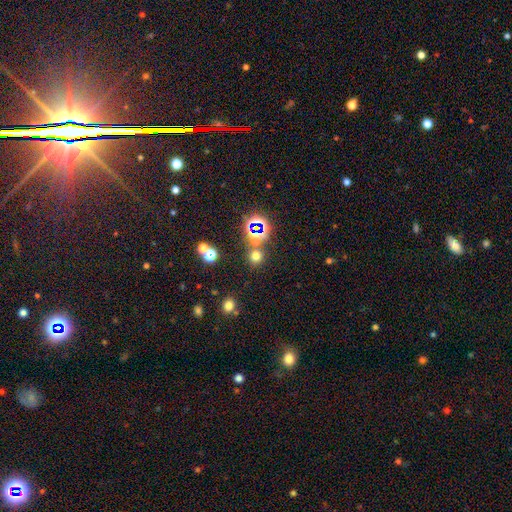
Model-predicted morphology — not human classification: A smooth galaxy with no disk features (60%) that is round (89%).

Vote fractions:
- Smooth or featured? smooth: 60% / star or artifact: 33% / featured or disk: 7%
- How rounded? round: 89% / in between: 10% / cigar-shaped: 1%
- Merging? none: 76% / merger: 13% / minor disturbance: 7% / major disturbance: 4%